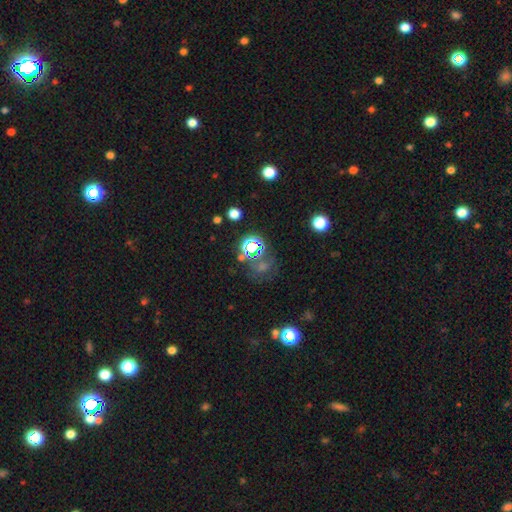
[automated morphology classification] This appears to be a star or artifact, not a galaxy (59%).